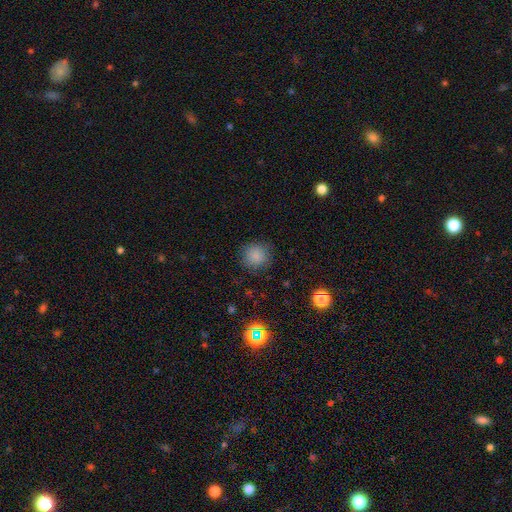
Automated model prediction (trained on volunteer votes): Overall: smooth (84%). How rounded: round (92%). Merging: none (86%).